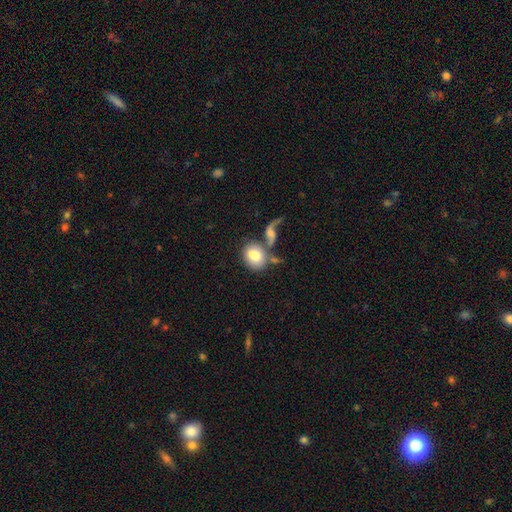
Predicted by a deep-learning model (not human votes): Smooth or featured: smooth — 76% (featured or disk — 17%)
How rounded: in between — 52% (round — 47%)
Merging: none — 41% (merger — 33%)